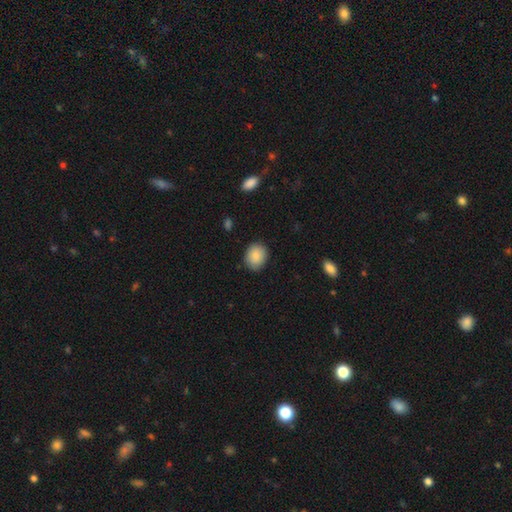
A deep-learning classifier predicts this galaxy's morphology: Smooth or featured? smooth (88%)
How rounded? round (53%)
Merging? none (85%)